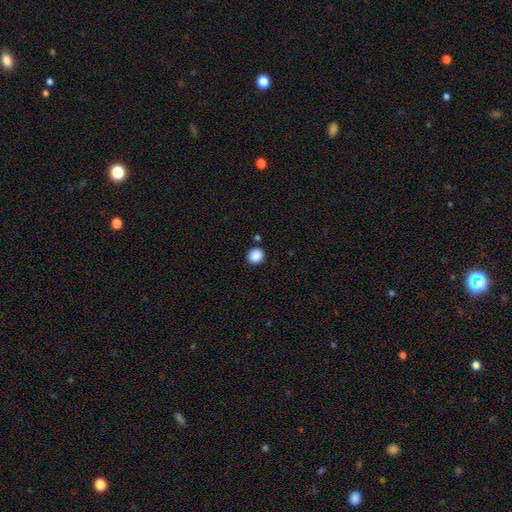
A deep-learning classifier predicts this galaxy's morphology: This appears to be a smooth galaxy with no disk features (88%) that is round (82%). Merging: none (87%).